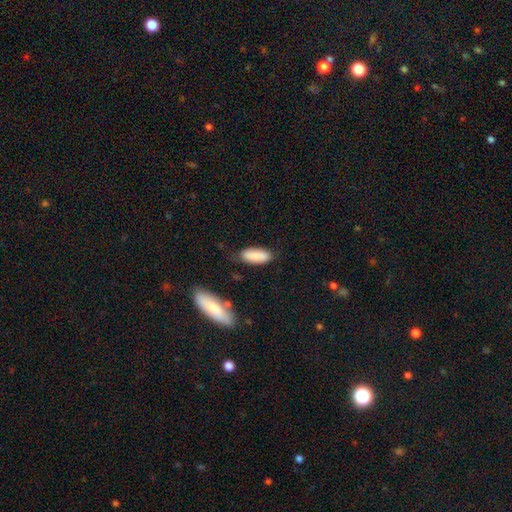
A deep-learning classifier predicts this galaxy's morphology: Smooth or featured? Predicted: smooth (p=0.85). How rounded? Predicted: in between (p=0.76). Merging? Predicted: none (p=0.73).